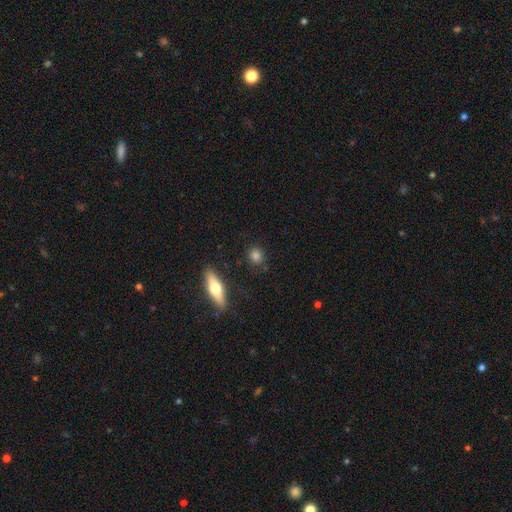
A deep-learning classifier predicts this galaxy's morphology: Overall: smooth (80%). How rounded: round (72%). Merging: none (86%).